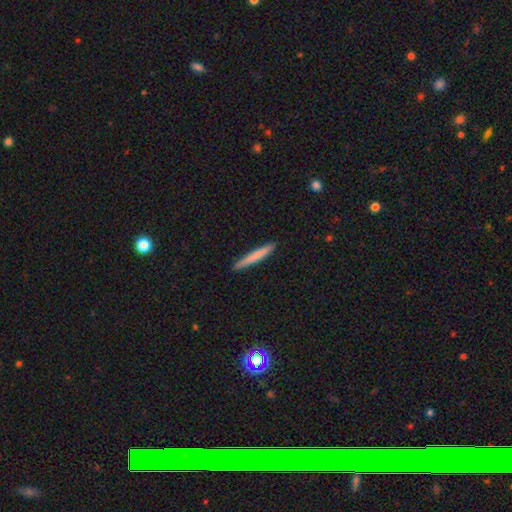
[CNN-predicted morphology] smooth 72%, featured or disk 22%, star or artifact 5%. Down the decision tree: how rounded — cigar-shaped (96%); merging — none (91%).